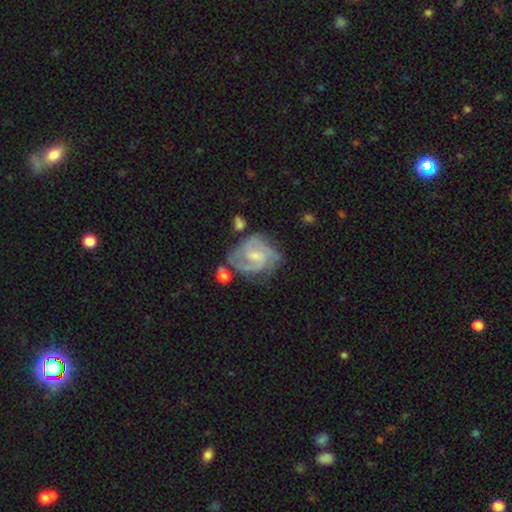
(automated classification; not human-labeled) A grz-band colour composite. It shows a featured or disk galaxy (82%) with a weak bar (48%), 2 (41%) medium (45%) spiral arms (94%) and a small central bulge (57%). Merging: none (54%).